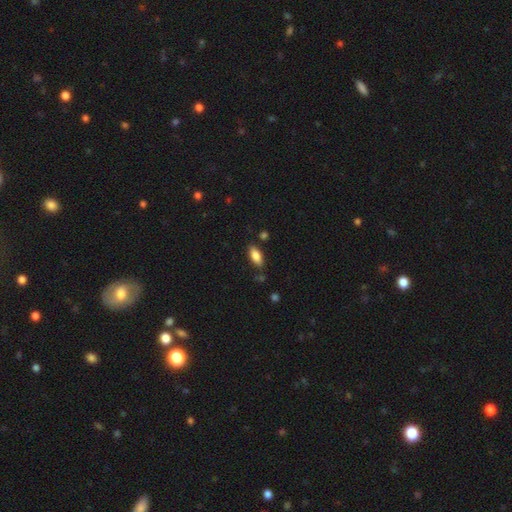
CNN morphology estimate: smooth_or_featured: smooth (p=0.82) [alt: featured or disk p=0.10]
how_rounded: in between (p=0.83) [alt: cigar-shaped p=0.15]
merging: none (p=0.79) [alt: minor disturbance p=0.14]